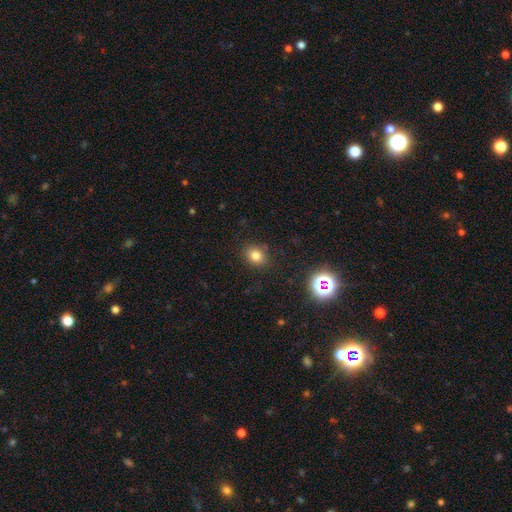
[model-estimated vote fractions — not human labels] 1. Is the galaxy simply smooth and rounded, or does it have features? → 78% smooth, 15% star or artifact, 7% featured or disk.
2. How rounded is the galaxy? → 61% round, 38% in between, 1% cigar-shaped.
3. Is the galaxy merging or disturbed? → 84% none, 11% minor disturbance, 3% major disturbance, 2% merger.